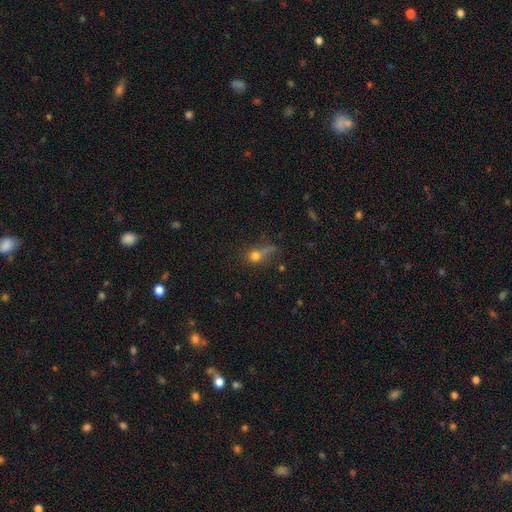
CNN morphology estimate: Smooth or featured? Predicted: smooth (p=0.67). How rounded? Predicted: round (p=0.60). Merging? Predicted: none (p=0.38).